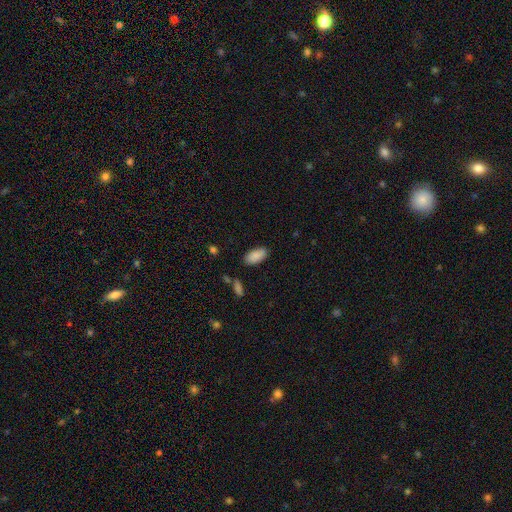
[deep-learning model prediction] Smooth or featured? Predicted: smooth (p=0.89). How rounded? Predicted: in between (p=0.92). Merging? Predicted: none (p=0.86).